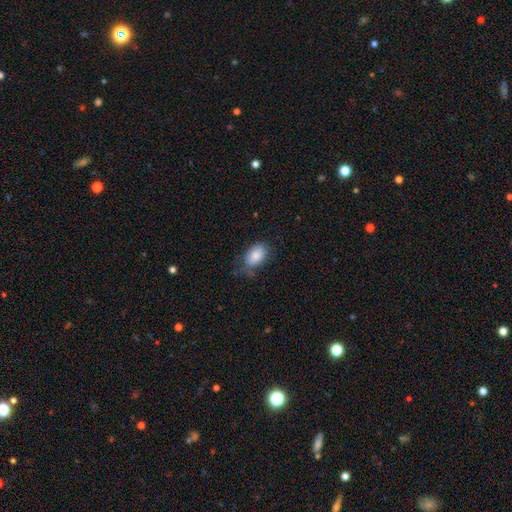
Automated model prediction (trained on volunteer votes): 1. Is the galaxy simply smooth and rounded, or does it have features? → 84% smooth, 9% featured or disk, 7% star or artifact.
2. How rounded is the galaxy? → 90% in between, 9% round, 1% cigar-shaped.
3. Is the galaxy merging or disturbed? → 56% none, 31% minor disturbance, 11% major disturbance, 2% merger.